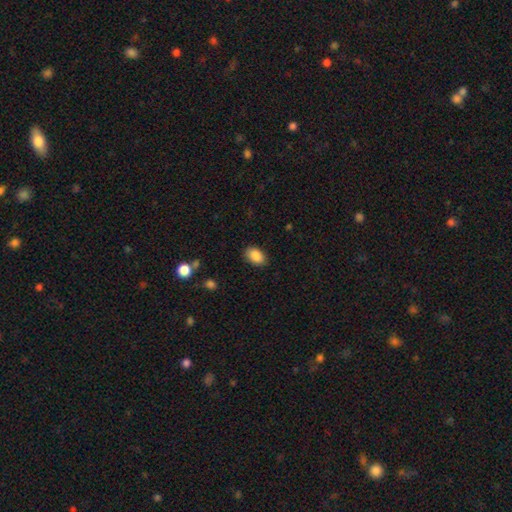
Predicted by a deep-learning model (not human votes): This is clearly a smooth galaxy (88%). How rounded: clearly in between (89%). Merging: clearly none (87%).